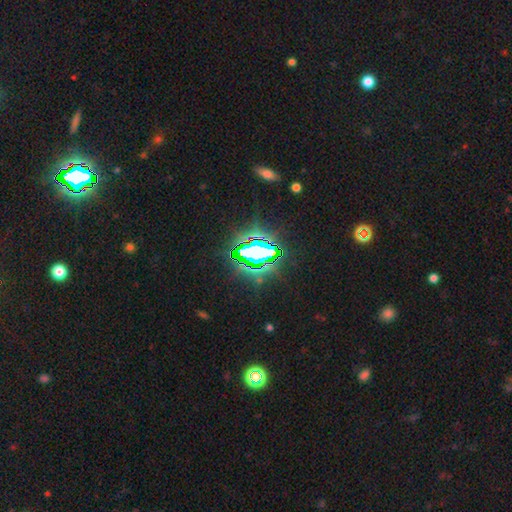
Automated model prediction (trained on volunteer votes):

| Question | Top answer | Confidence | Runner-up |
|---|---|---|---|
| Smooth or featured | star or artifact | 77% | smooth (12%) |